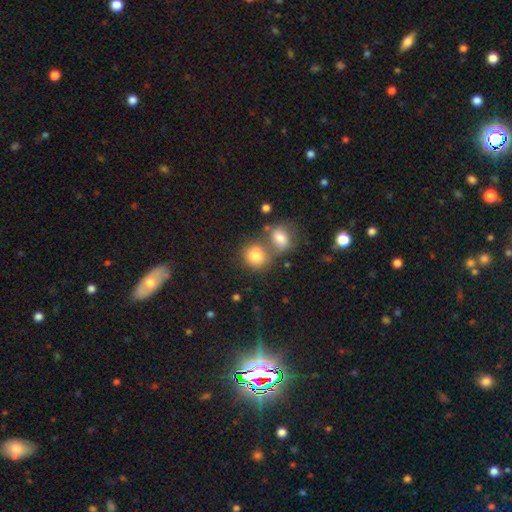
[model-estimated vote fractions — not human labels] This is clearly a smooth galaxy (81%). How rounded: likely round (68%). Merging: possibly merger (45%).